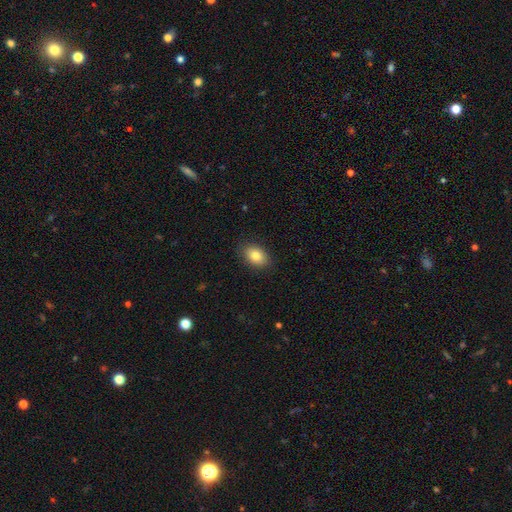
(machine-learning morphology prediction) Smooth or featured? Predicted: smooth (p=0.82). How rounded? Predicted: in between (p=0.82). Merging? Predicted: none (p=0.88).